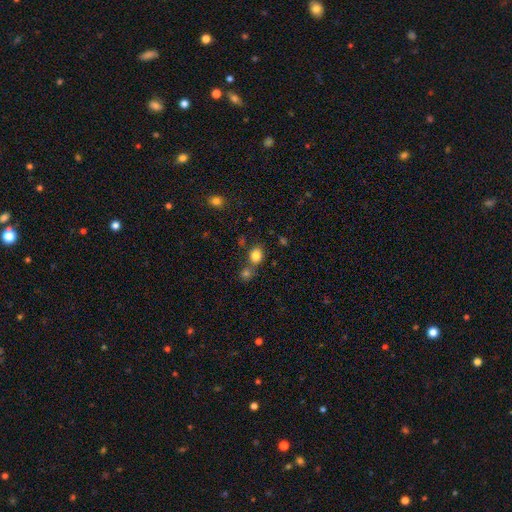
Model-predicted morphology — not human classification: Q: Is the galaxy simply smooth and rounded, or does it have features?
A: smooth — 82%.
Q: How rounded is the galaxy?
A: round — 59%.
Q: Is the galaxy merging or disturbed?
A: none — 60%.